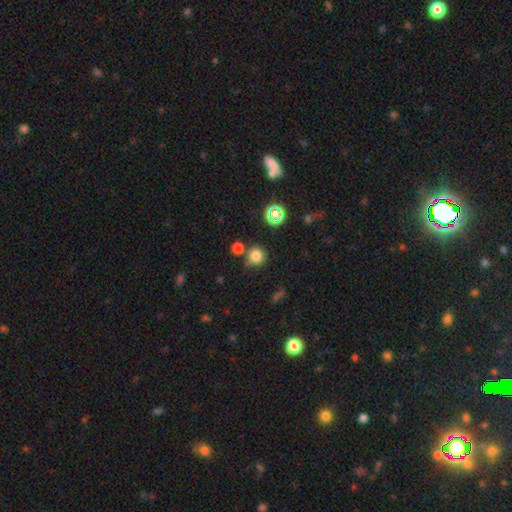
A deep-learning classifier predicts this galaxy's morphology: smooth-or-featured: smooth: 77% | star or artifact: 17% | featured or disk: 6%
  how-rounded: round: 91% | in between: 8% | cigar-shaped: 1%
  merging: none: 72% | merger: 13% | minor disturbance: 11% | major disturbance: 4%